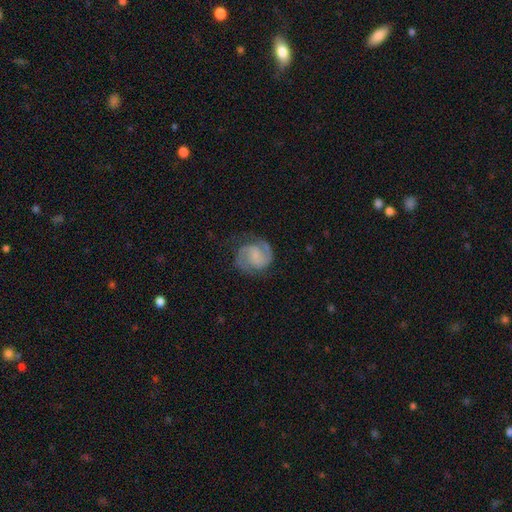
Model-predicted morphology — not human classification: Overall: featured or disk (81%). Edge-on disk: no (98%). Bar: weak (46%; no 41%). Spiral arms: yes (96%). Spiral arm count: 2 (89%). Spiral winding: medium (51%; tight 35%). Bulge size: small (41%; none 38%). Merging: none (73%).